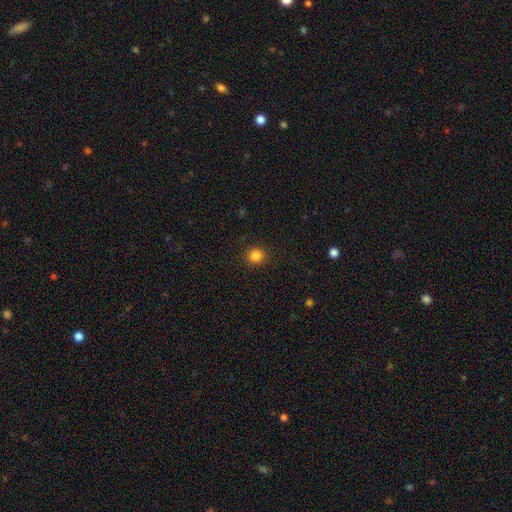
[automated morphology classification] This appears to be a smooth galaxy with no disk features (84%) that is round (91%). Merging: none (91%).